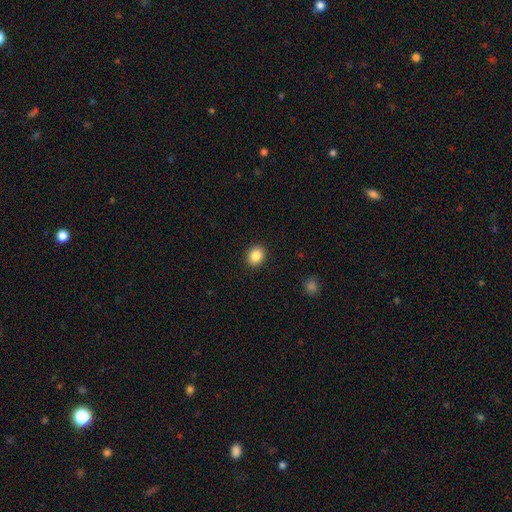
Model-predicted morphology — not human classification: smooth-or-featured: smooth: 87% | star or artifact: 9% | featured or disk: 4%
  how-rounded: round: 61% | in between: 38% | cigar-shaped: 1%
  merging: none: 91% | minor disturbance: 6% | major disturbance: 2% | merger: 1%